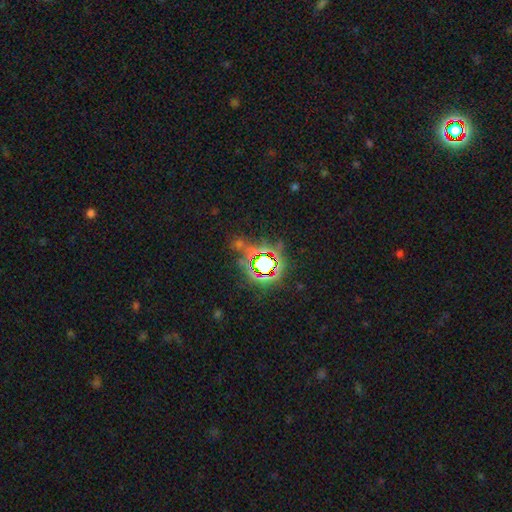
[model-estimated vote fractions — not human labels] A star or artifact, not a galaxy (80%).

Vote fractions:
- Smooth or featured? star or artifact: 80% / smooth: 12% / featured or disk: 8%